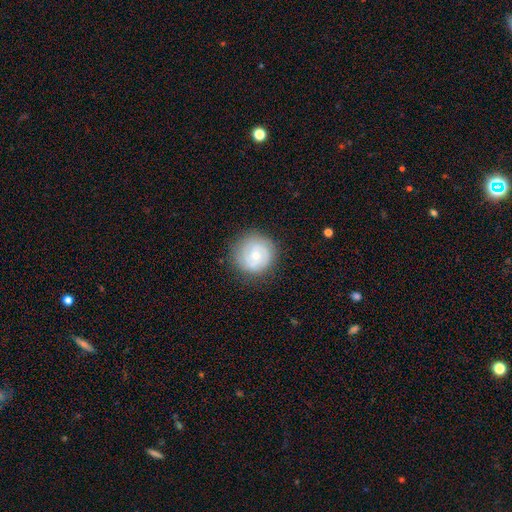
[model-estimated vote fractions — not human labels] The model was most divided on "smooth or featured": featured or disk: 51%, smooth: 42%, star or artifact: 7%. More confident: edge-on disk — no (98%); merging — none (82%).